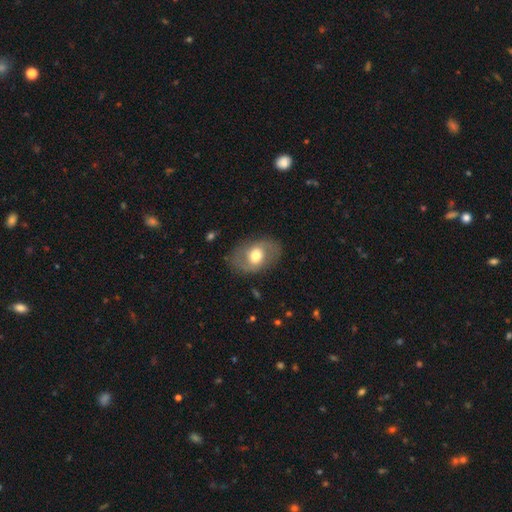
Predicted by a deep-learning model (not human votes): smooth-or-featured: featured or disk: 47% | smooth: 46% | star or artifact: 7%
  merging: none: 78% | minor disturbance: 15% | major disturbance: 6% | merger: 1%